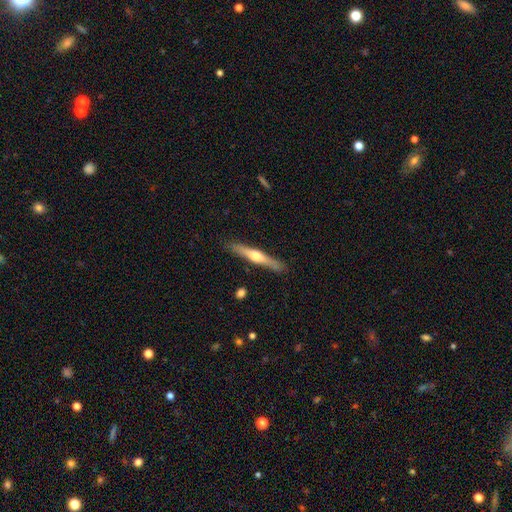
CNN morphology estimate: type=featured or disk (62%); edge-on=yes (97%); edge-on bulge=rounded (90%); merging=none (87%).